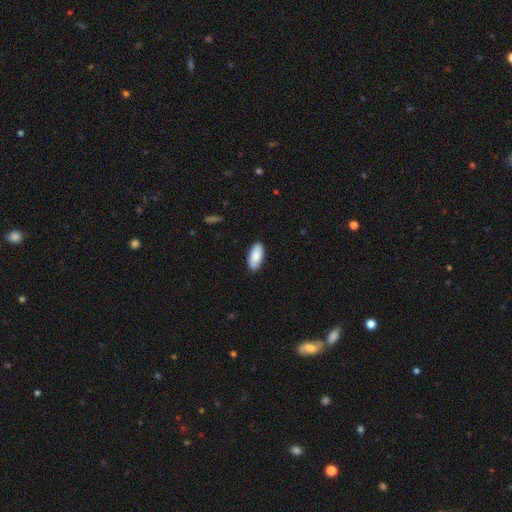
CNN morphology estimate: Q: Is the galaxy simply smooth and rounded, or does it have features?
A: smooth — 88%.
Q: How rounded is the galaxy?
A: in between — 89%.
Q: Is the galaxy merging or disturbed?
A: none — 88%.